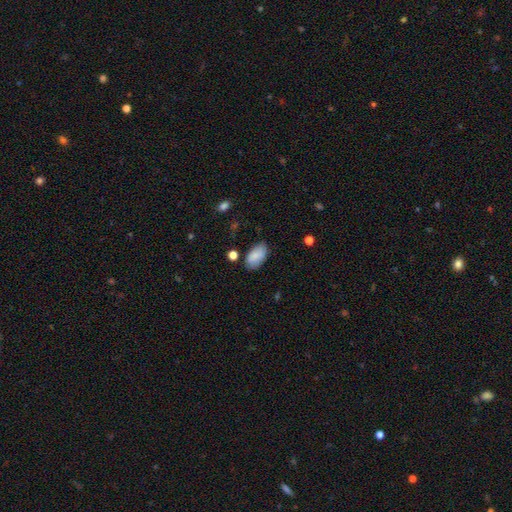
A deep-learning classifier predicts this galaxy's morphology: type=smooth (85%); roundness=in between (94%); merging=none (74%).